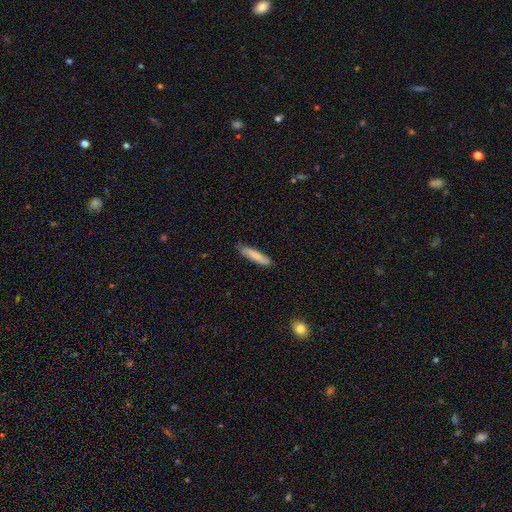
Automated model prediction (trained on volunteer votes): This appears to be a smooth galaxy with no disk features (81%) that is cigar-shaped (85%). Merging: none (81%).